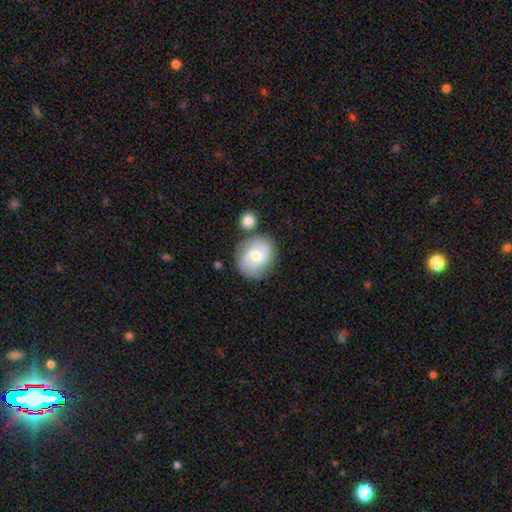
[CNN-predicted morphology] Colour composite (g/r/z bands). It shows a featured or disk galaxy (55%) with no bar (47%), spiral arms (85%) and a moderate central bulge (62%). Merging: none (67%).